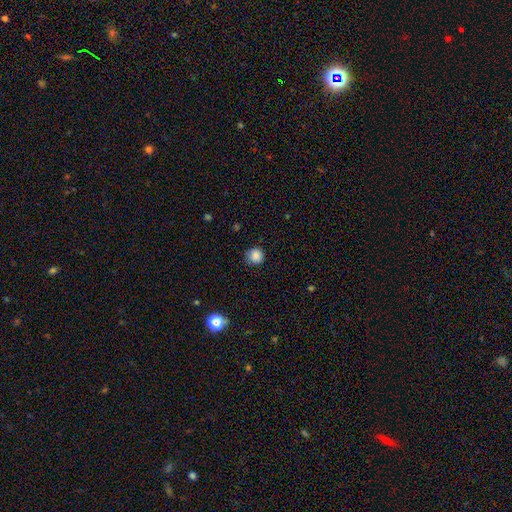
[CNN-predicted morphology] smooth-or-featured: smooth: 85% | star or artifact: 11% | featured or disk: 4%
  how-rounded: round: 93% | in between: 6% | cigar-shaped: 1%
  merging: none: 83% | minor disturbance: 13% | major disturbance: 3% | merger: 1%